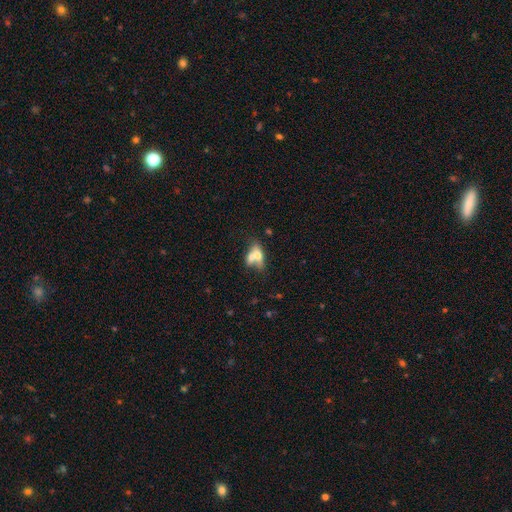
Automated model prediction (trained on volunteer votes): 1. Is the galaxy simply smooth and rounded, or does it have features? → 59% smooth, 33% featured or disk, 8% star or artifact.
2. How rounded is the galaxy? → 71% in between, 19% cigar-shaped, 10% round.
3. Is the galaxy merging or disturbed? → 61% merger, 24% none, 9% minor disturbance, 6% major disturbance.